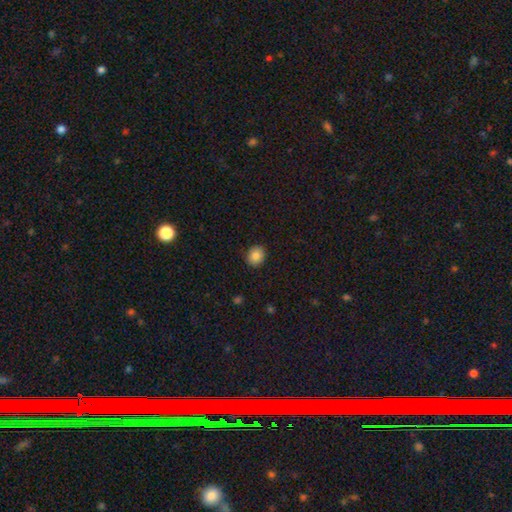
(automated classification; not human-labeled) This appears to be a smooth galaxy with no disk features (85%) that is round (71%). Merging: none (90%).